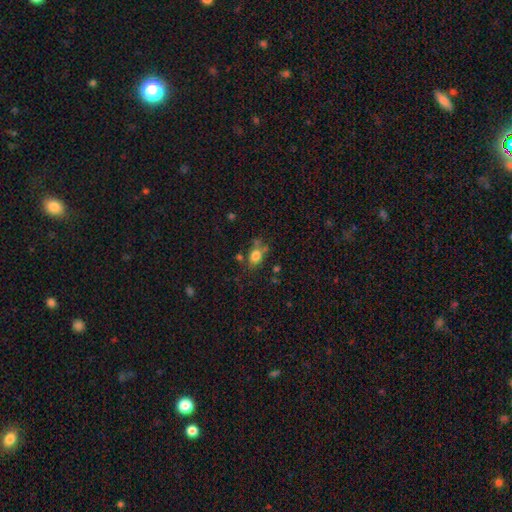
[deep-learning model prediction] A smooth galaxy with no disk features (78%) that is in between round and cigar-shaped (60%).

Vote fractions:
- Smooth or featured? smooth: 78% / star or artifact: 13% / featured or disk: 10%
- How rounded? in between: 60% / round: 39% / cigar-shaped: 2%
- Merging? none: 59% / minor disturbance: 18% / merger: 16% / major disturbance: 7%